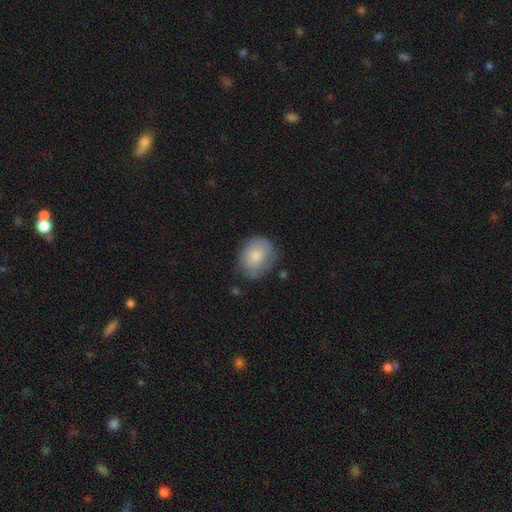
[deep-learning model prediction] This is likely a smooth galaxy (75%). How rounded: likely round (60%). Merging: likely none (64%).